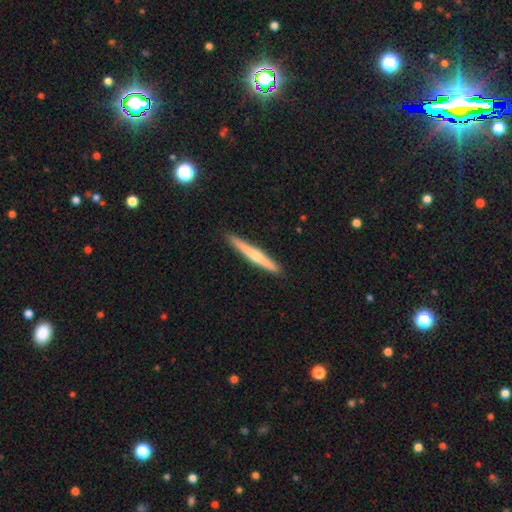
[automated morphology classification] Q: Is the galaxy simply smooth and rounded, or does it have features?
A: featured or disk — 50%.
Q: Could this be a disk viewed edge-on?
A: yes — 97%.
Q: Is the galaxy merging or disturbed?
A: none — 92%.